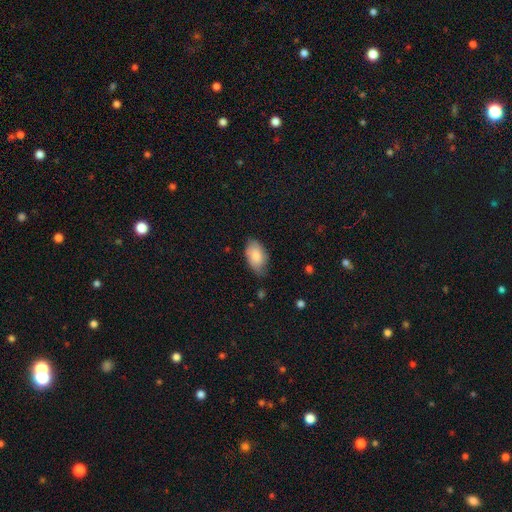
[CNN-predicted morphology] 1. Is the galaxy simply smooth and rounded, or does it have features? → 82% smooth, 12% featured or disk, 6% star or artifact.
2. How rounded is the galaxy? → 93% in between, 5% round, 2% cigar-shaped.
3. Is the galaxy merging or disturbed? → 60% none, 33% minor disturbance, 6% major disturbance, 2% merger.